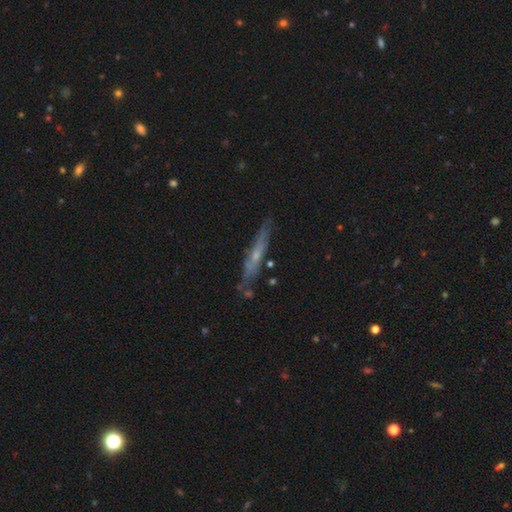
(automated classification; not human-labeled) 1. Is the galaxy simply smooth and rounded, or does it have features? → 57% featured or disk, 35% smooth, 8% star or artifact.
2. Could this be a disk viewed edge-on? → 80% yes, 20% no.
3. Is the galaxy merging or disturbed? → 75% none, 17% minor disturbance, 4% major disturbance, 3% merger.